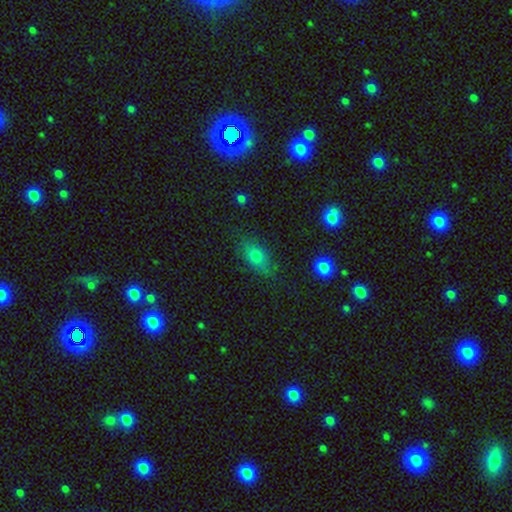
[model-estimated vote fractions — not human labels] Smooth or featured? smooth (77%)
How rounded? in between (82%)
Merging? none (75%)